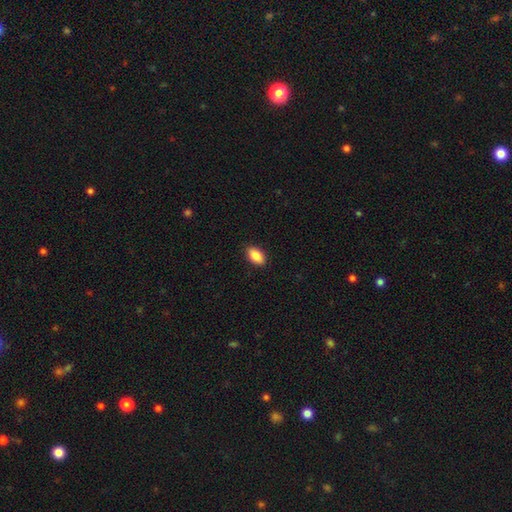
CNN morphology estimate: smooth_or_featured: smooth (p=0.87) [alt: star or artifact p=0.07]
how_rounded: in between (p=0.93) [alt: round p=0.05]
merging: none (p=0.90) [alt: minor disturbance p=0.07]